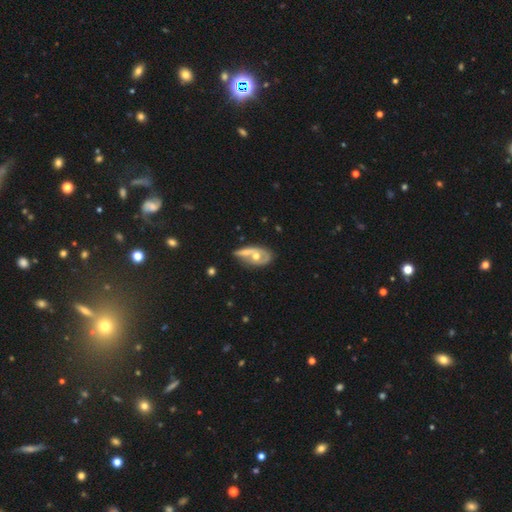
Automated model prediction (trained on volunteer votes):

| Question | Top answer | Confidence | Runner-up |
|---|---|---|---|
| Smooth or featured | featured or disk | 59% | smooth (35%) |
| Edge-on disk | no | 88% | yes (12%) |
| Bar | no | 79% | weak (15%) |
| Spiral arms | no | 61% | yes (39%) |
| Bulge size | moderate | 73% | small (14%) |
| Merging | merger | 32% | none (31%) |